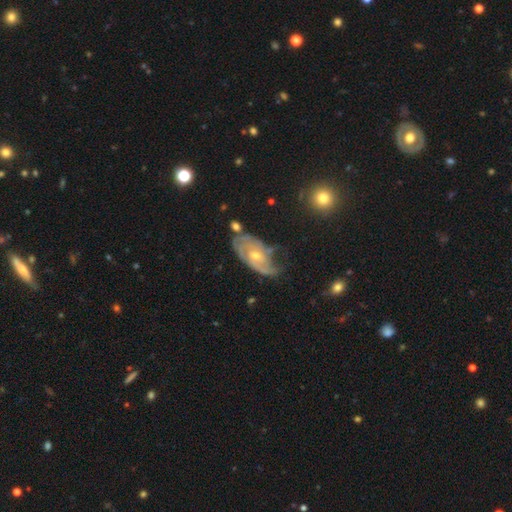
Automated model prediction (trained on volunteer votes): Smooth or featured?
  - featured or disk: 81% *
  - smooth: 13%
  - star or artifact: 6%
Edge-on disk?
  - no: 94% *
  - yes: 6%
Bar?
  - no: 66% *
  - weak: 29%
  - strong: 5%
Spiral arms?
  - yes: 90% *
  - no: 10%
Spiral winding?
  - tight: 56% *
  - medium: 33%
  - loose: 12%
Spiral arm count?
  - can't tell: 38% *
  - 2: 32%
  - 3: 14%
  - 1: 8%
  - 4: 5%
  - more than 4: 3%
Bulge size?
  - small: 53% *
  - moderate: 44%
  - large: 1%
  - none: 1%
  - dominant: 1%
Merging?
  - none: 52% *
  - minor disturbance: 30%
  - major disturbance: 14%
  - merger: 5%